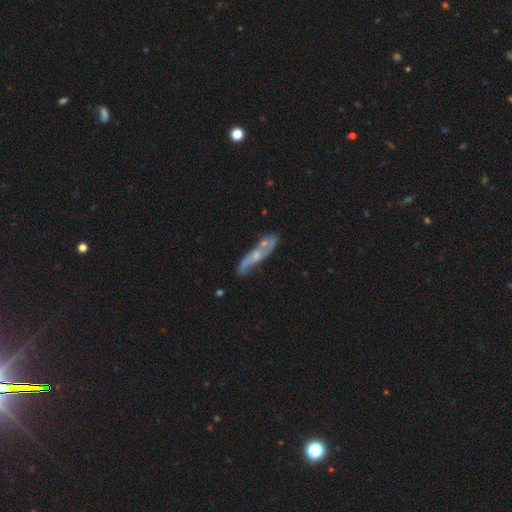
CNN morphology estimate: featured or disk 69%, smooth 24%, star or artifact 7%. Down the decision tree: edge-on disk — no (63%); merging — none (58%).